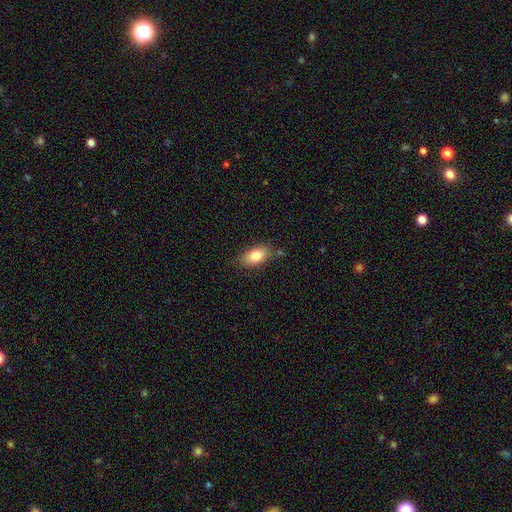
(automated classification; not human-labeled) smooth_or_featured: smooth (p=0.81) [alt: featured or disk p=0.12]
how_rounded: in between (p=0.88) [alt: cigar-shaped p=0.06]
merging: none (p=0.77) [alt: minor disturbance p=0.16]